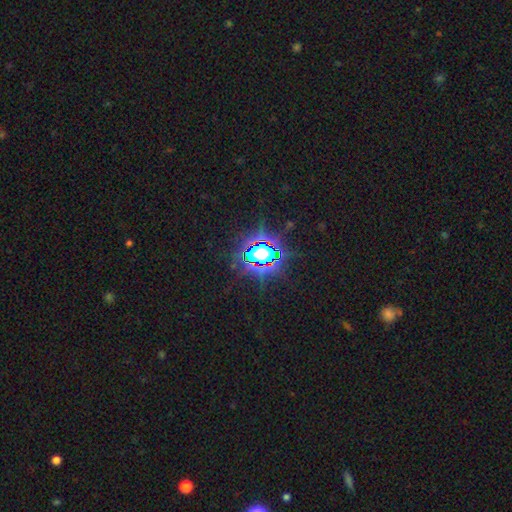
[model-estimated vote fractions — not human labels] Overall: star or artifact (82%).